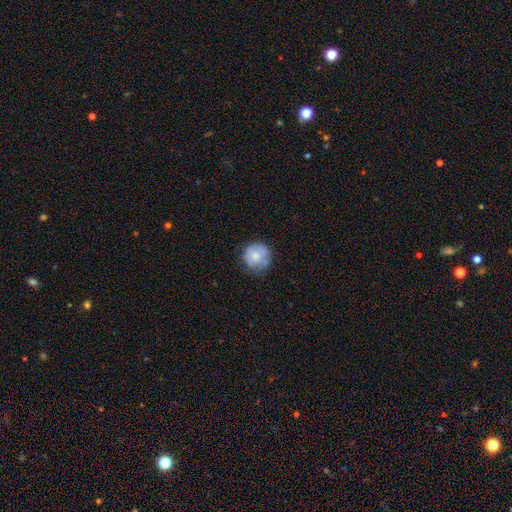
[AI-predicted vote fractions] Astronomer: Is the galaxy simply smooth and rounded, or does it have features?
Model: smooth — 65%.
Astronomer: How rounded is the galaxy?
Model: round — 91%.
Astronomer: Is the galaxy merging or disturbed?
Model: none — 67%.